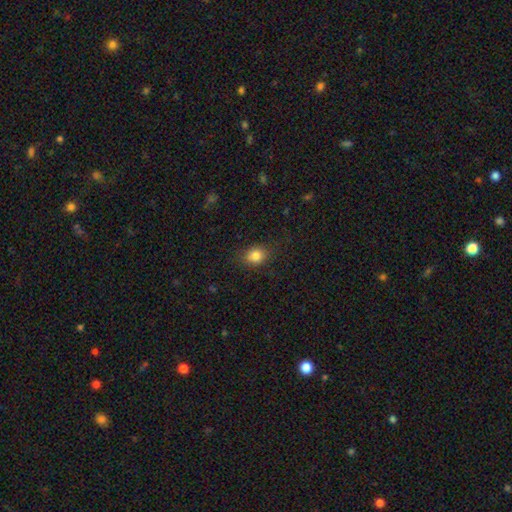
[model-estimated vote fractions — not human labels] Smooth or featured: smooth — 83% (star or artifact — 11%)
How rounded: round — 52% (in between — 47%)
Merging: none — 82% (minor disturbance — 13%)